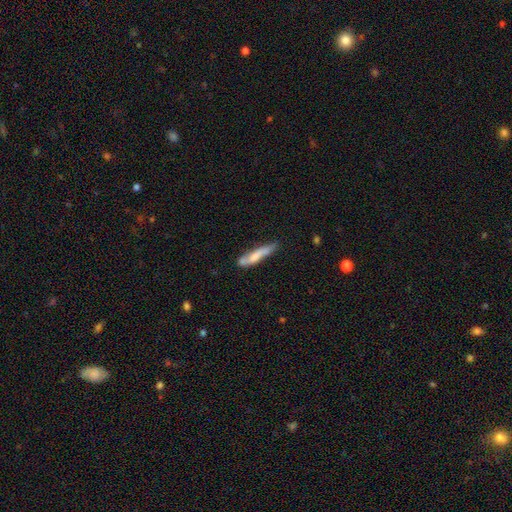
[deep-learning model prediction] Overall: smooth (61%; featured or disk 33%). How rounded: cigar-shaped (84%). Merging: none (57%; minor disturbance 28%).